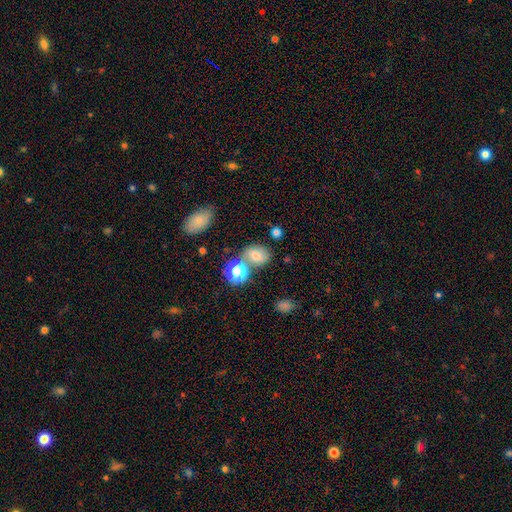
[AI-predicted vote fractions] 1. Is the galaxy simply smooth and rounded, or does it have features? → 69% smooth, 18% star or artifact, 13% featured or disk.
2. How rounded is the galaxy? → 52% in between, 46% round, 1% cigar-shaped.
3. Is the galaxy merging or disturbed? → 60% none, 21% merger, 13% minor disturbance, 5% major disturbance.